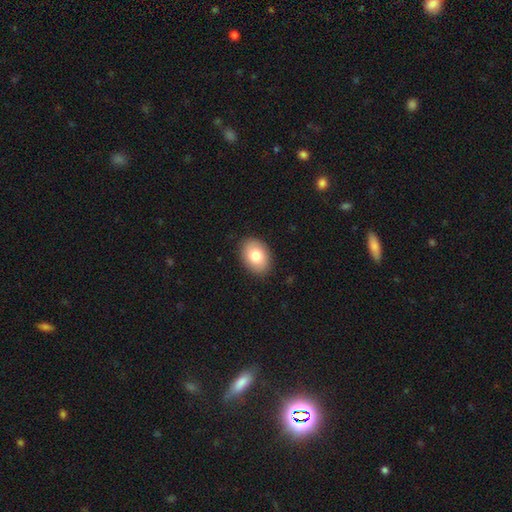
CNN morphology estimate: smooth_or_featured: smooth (p=0.81) [alt: featured or disk p=0.11]
how_rounded: in between (p=0.78) [alt: round p=0.21]
merging: none (p=0.89) [alt: minor disturbance p=0.08]